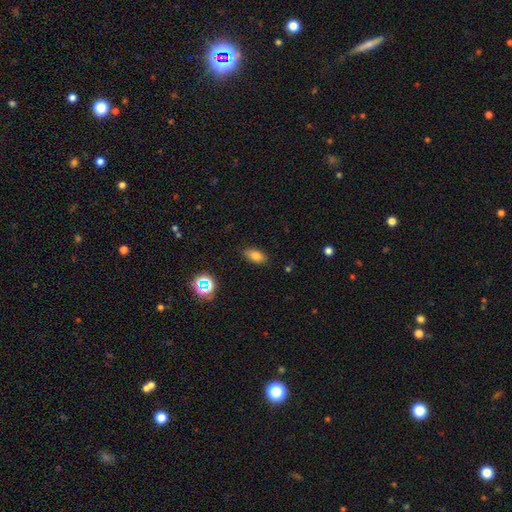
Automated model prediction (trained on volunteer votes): Smooth or featured? smooth (77%)
How rounded? in between (85%)
Merging? none (85%)